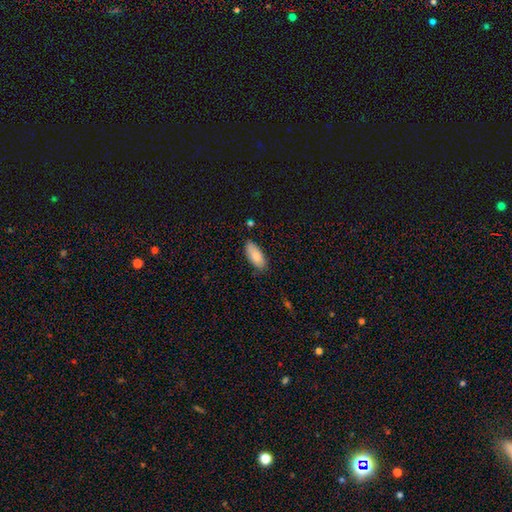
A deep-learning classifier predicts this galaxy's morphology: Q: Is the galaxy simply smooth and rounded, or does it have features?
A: smooth — 84%.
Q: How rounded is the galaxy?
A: in between — 82%.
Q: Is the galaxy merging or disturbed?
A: none — 81%.